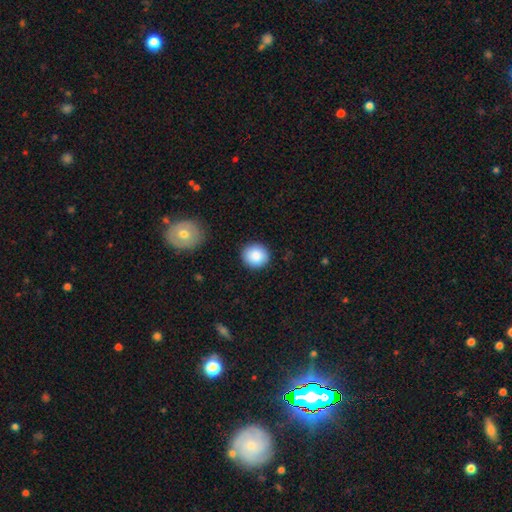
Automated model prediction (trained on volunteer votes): Smooth or featured?
  - smooth: 88% *
  - star or artifact: 8%
  - featured or disk: 5%
How rounded?
  - round: 89% *
  - in between: 10%
  - cigar-shaped: 1%
Merging?
  - none: 91% *
  - minor disturbance: 6%
  - major disturbance: 2%
  - merger: 1%